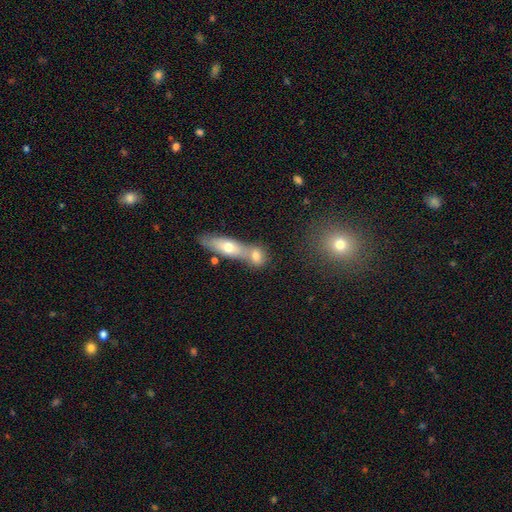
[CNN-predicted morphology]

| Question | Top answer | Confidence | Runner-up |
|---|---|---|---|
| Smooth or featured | smooth | 70% | featured or disk (20%) |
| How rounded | in between | 56% | round (25%) |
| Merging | merger | 53% | none (35%) |